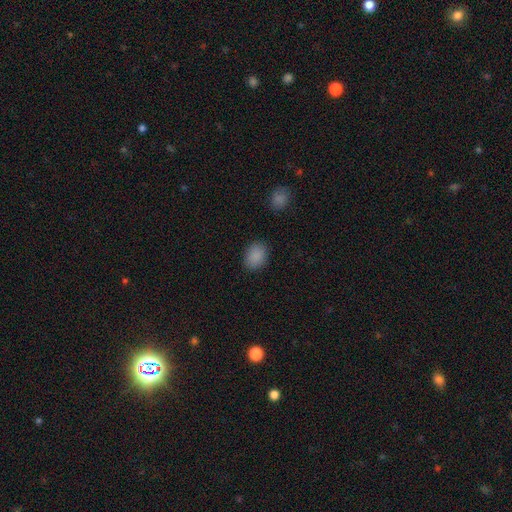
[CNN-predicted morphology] Smooth or featured?
  - smooth: 88% *
  - star or artifact: 9%
  - featured or disk: 4%
How rounded?
  - in between: 77% *
  - round: 22%
  - cigar-shaped: 1%
Merging?
  - none: 87% *
  - minor disturbance: 9%
  - major disturbance: 3%
  - merger: 1%